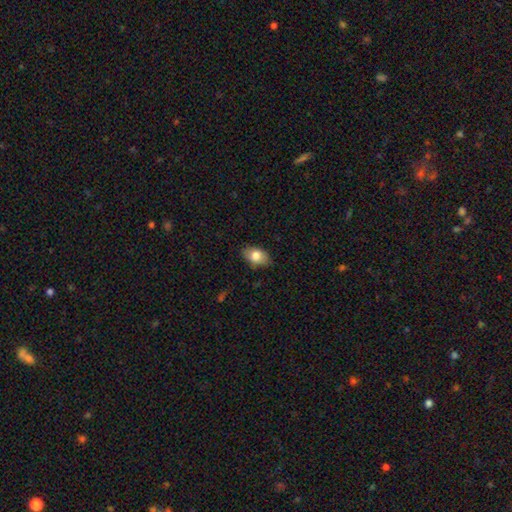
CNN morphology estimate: A smooth galaxy with no disk features (79%) that is in between round and cigar-shaped (88%). Merging: none (83%).